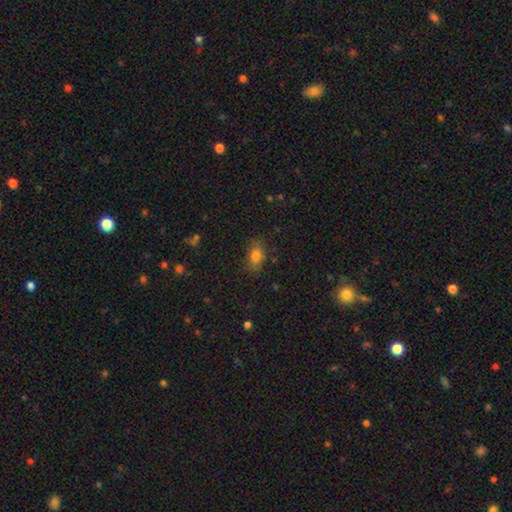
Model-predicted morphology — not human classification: Smooth or featured? smooth (78%)
How rounded? in between (83%)
Merging? none (79%)